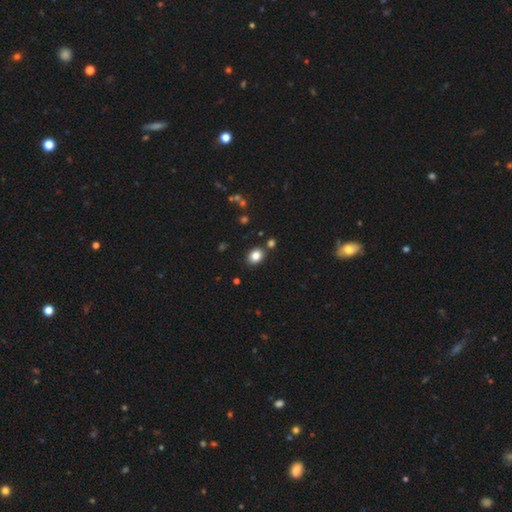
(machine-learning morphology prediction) type=smooth (83%); roundness=in between (56%); merging=none (82%).